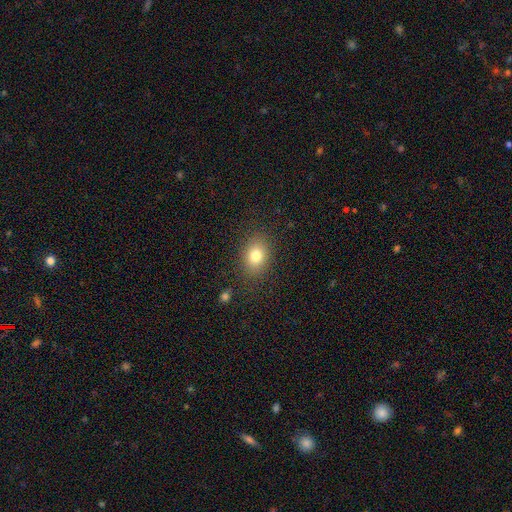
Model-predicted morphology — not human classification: Q: Smooth or featured?
A: smooth (79%); runner-up: star or artifact (11%)
Q: How rounded?
A: in between (67%); runner-up: round (32%)
Q: Merging?
A: none (85%); runner-up: minor disturbance (10%)